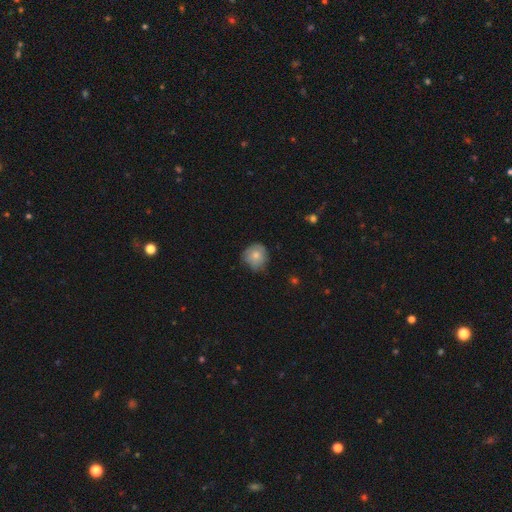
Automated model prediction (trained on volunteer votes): This appears to be a smooth galaxy with no disk features (76%) that is round (87%). Merging: none (67%).